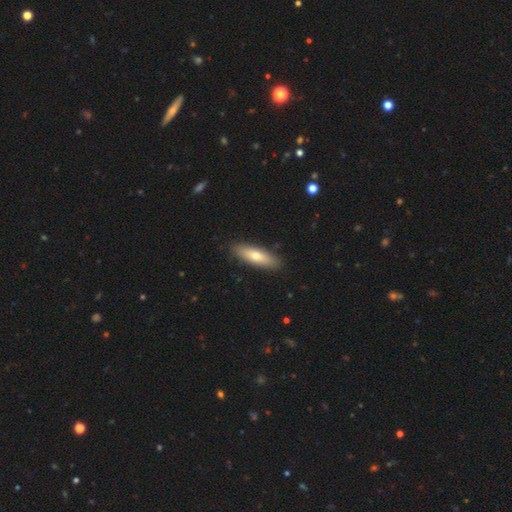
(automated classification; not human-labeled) A smooth galaxy with no disk features (69%) that is cigar-shaped (58%).

Vote fractions:
- Smooth or featured? smooth: 69% / featured or disk: 26% / star or artifact: 6%
- How rounded? cigar-shaped: 58% / in between: 40% / round: 2%
- Merging? none: 89% / minor disturbance: 8% / major disturbance: 2% / merger: 1%